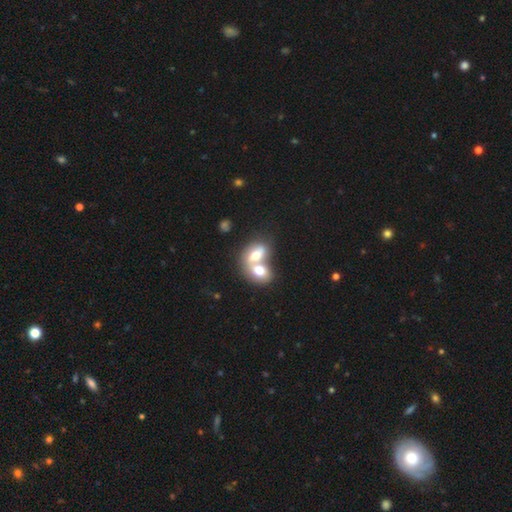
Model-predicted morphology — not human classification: type=smooth (59%); roundness=in between (77%); merging=merger (78%).